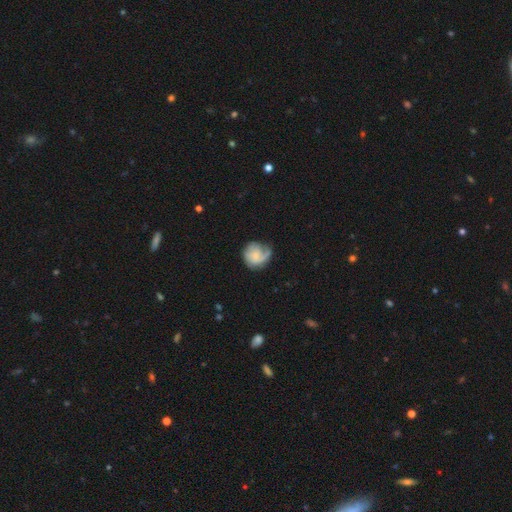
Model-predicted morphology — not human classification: This is possibly a featured or disk galaxy (49%). Merging: possibly none (51%).